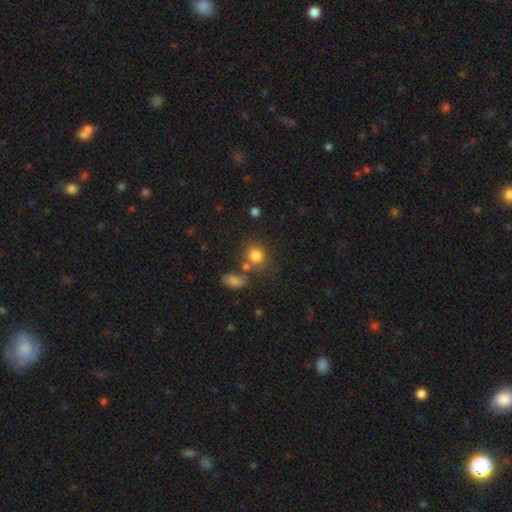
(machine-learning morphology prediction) The model was most divided on "merging": none: 67%, merger: 16%, minor disturbance: 12%, major disturbance: 5%. More confident: smooth or featured — smooth (82%); how rounded — round (77%).